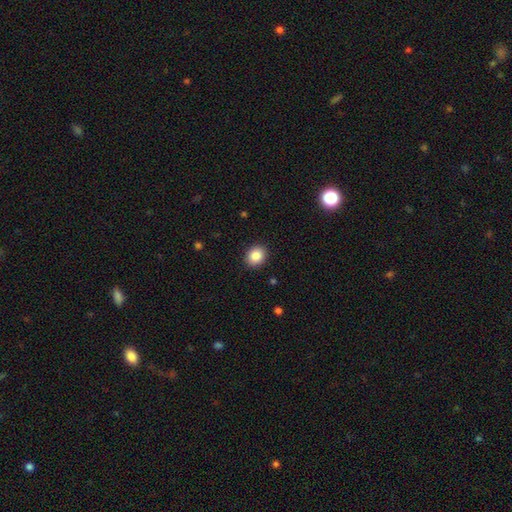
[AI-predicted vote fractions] Q: Smooth or featured?
A: smooth (87%); runner-up: star or artifact (9%)
Q: How rounded?
A: round (60%); runner-up: in between (39%)
Q: Merging?
A: none (90%); runner-up: minor disturbance (7%)